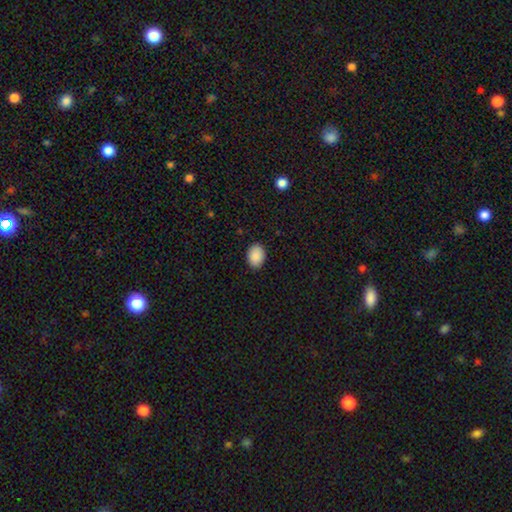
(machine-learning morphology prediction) This is clearly a smooth galaxy (90%). How rounded: likely in between (76%). Merging: clearly none (88%).